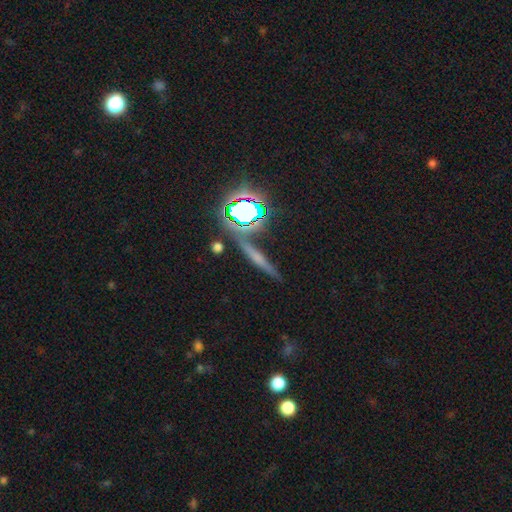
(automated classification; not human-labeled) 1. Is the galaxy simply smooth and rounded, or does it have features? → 42% featured or disk, 31% smooth, 26% star or artifact.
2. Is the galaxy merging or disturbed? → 78% none, 12% minor disturbance, 6% merger, 4% major disturbance.